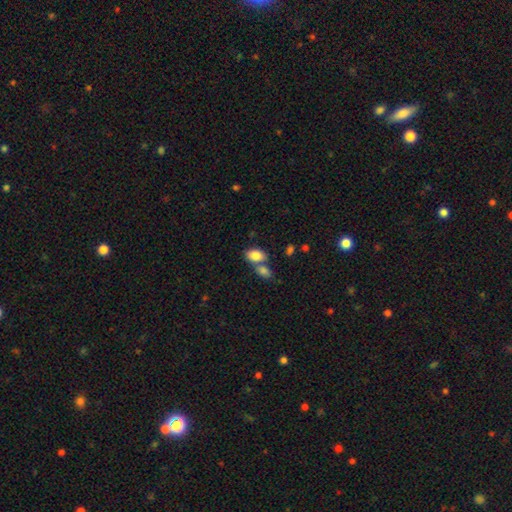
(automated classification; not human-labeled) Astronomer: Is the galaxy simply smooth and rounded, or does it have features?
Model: smooth — 84%.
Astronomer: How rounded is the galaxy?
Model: in between — 88%.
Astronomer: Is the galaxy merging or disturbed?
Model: none — 46% (runner-up: merger, 40%).